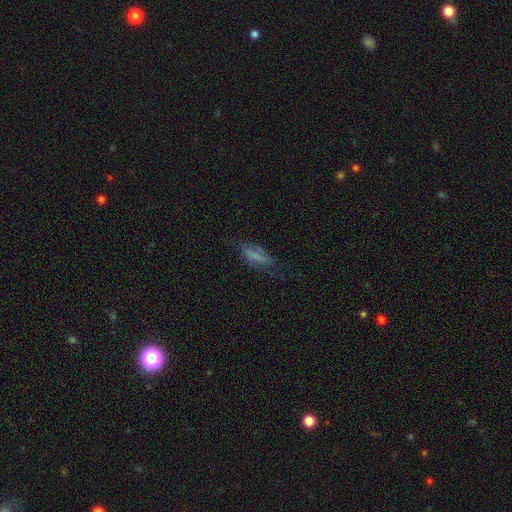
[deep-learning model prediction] Smooth or featured? Predicted: smooth (p=0.54). How rounded? Predicted: in between (p=0.62). Merging? Predicted: none (p=0.59).